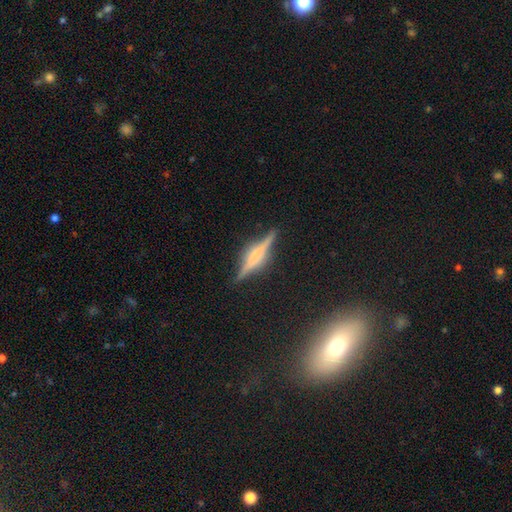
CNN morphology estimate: This is likely a featured or disk galaxy (78%). It is clearly viewed edge-on (97%). Edge-on bulge: likely rounded (63%). Merging: clearly none (86%).